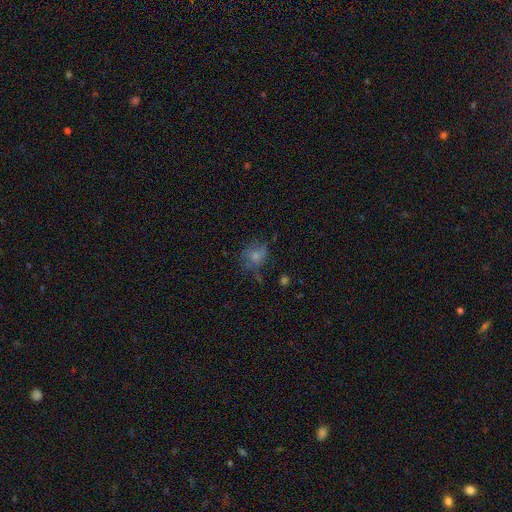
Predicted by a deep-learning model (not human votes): smooth_or_featured: smooth (p=0.69) [alt: featured or disk p=0.18]
how_rounded: round (p=0.63) [alt: in between p=0.36]
merging: none (p=0.56) [alt: minor disturbance p=0.27]